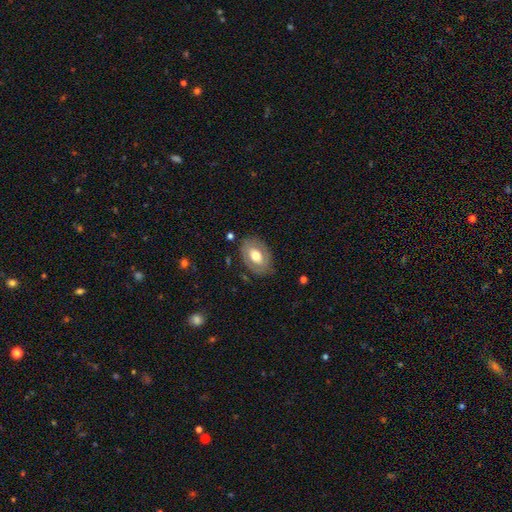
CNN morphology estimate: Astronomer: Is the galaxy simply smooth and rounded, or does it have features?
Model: smooth — 53% (runner-up: featured or disk, 40%).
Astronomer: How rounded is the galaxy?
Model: in between — 83%.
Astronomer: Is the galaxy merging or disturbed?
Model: none — 78%.